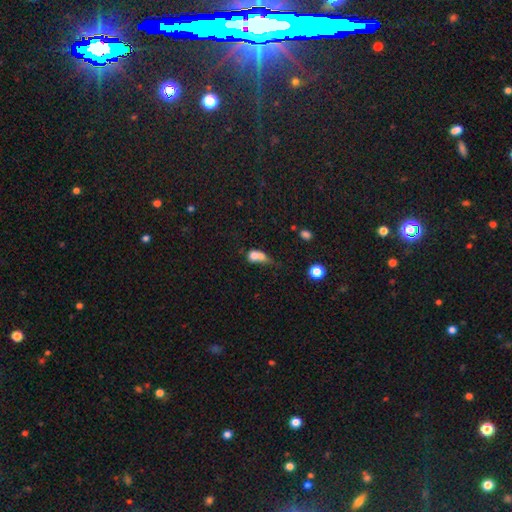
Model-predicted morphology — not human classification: A smooth galaxy with no disk features (69%) that is in between round and cigar-shaped (53%). Merging: merger (60%).